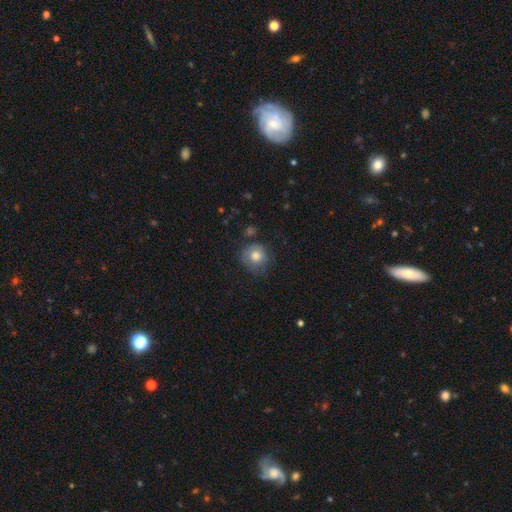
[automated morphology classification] smooth 78%, featured or disk 13%, star or artifact 9%. Down the decision tree: how rounded — round (85%); merging — none (67%).